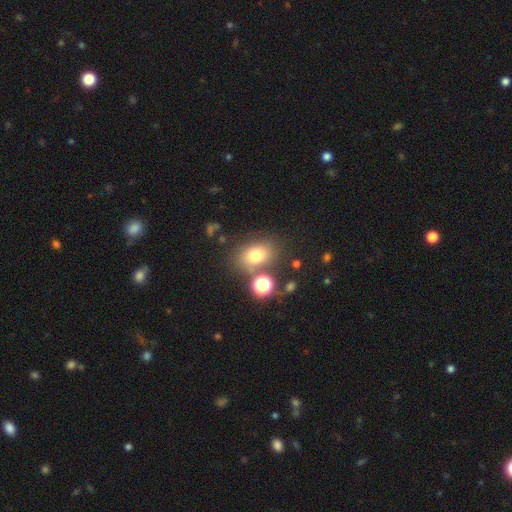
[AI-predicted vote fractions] Morphology: type=smooth (74%); roundness=in between (68%); merging=none (68%).